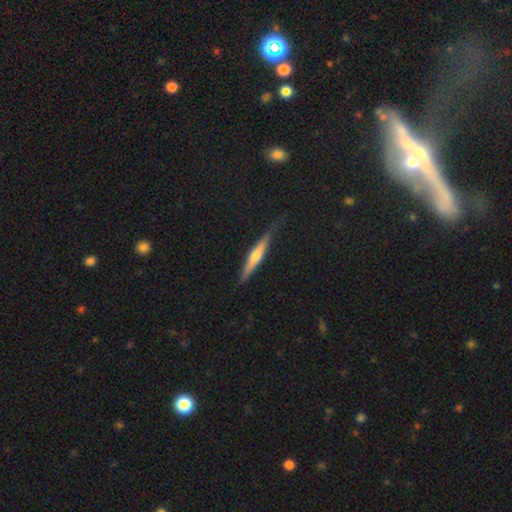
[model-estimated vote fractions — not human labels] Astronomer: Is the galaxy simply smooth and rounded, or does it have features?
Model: featured or disk — 55% (runner-up: smooth, 38%).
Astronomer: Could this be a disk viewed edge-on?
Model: yes — 96%.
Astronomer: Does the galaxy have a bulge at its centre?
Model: rounded — 69%.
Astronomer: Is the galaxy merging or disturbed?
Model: none — 79%.